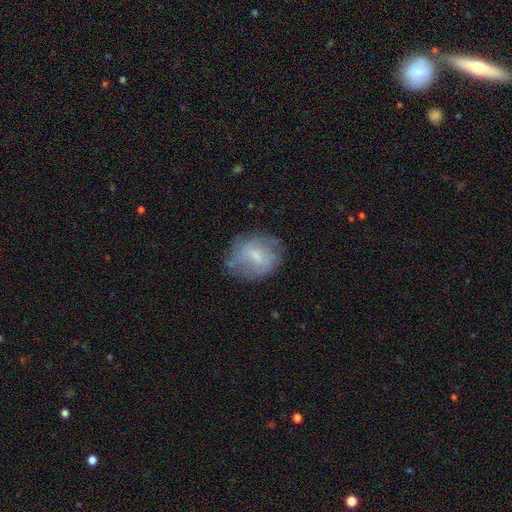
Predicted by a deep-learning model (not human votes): This is possibly a featured or disk galaxy (47%). Merging: likely none (64%).